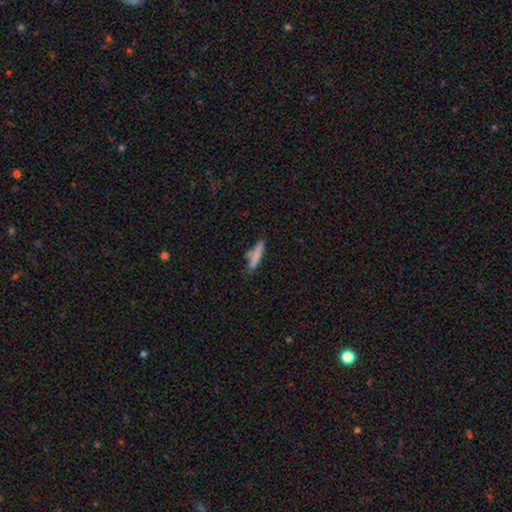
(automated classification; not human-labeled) This appears to be a smooth galaxy with no disk features (78%) that is cigar-shaped (87%). Merging: none (69%).